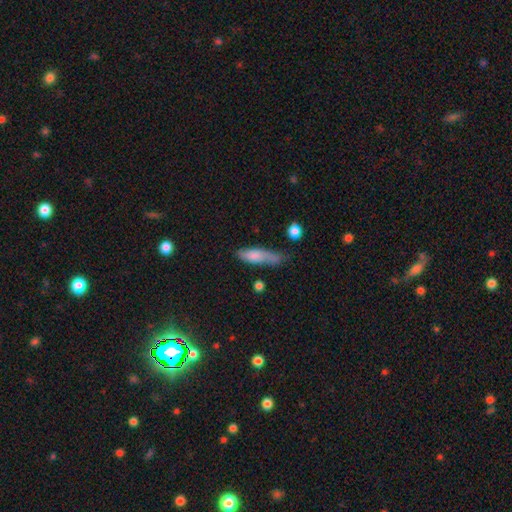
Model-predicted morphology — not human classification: smooth_or_featured: smooth (p=0.75) [alt: featured or disk p=0.18]
how_rounded: cigar-shaped (p=0.62) [alt: in between p=0.36]
merging: none (p=0.47) [alt: minor disturbance p=0.33]